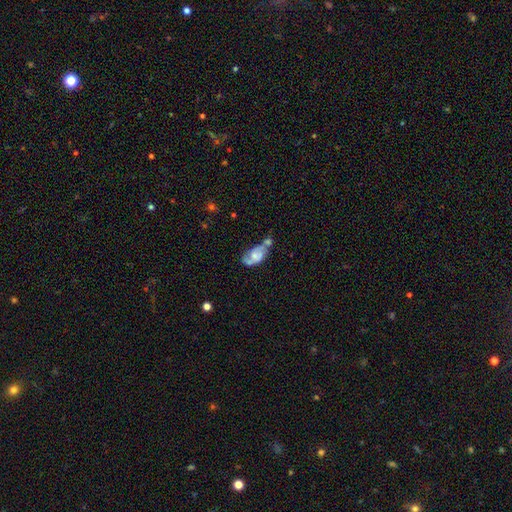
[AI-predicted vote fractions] Morphology: type=featured or disk (59%); edge-on=no (95%); bar=no (65%); spiral arms=yes (74%); bulge=small (41%); merging=merger (37%).